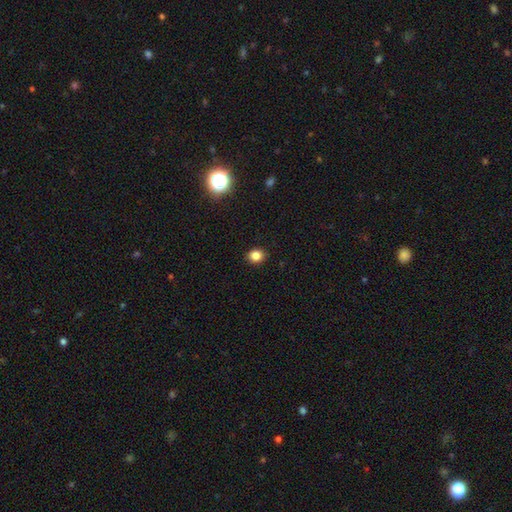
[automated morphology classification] Q: Smooth or featured?
A: smooth (83%); runner-up: star or artifact (12%)
Q: How rounded?
A: round (71%); runner-up: in between (28%)
Q: Merging?
A: none (90%); runner-up: minor disturbance (7%)